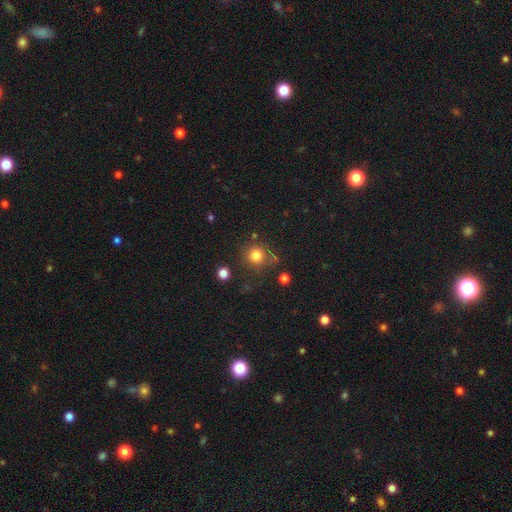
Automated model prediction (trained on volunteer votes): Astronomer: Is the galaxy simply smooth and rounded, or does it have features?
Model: smooth — 80%.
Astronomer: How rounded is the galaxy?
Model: round — 91%.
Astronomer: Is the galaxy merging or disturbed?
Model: none — 76%.